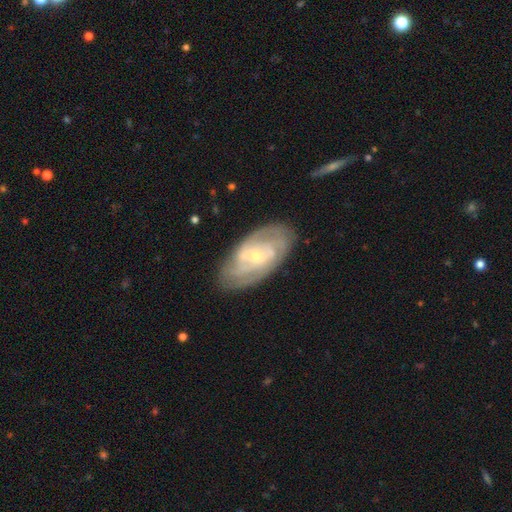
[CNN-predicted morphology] type=featured or disk (78%); edge-on=no (94%); bar=no (58%); spiral arms=yes (89%); winding=tight (59%); arm count=can't tell (39%); bulge=small (73%); merging=none (78%).